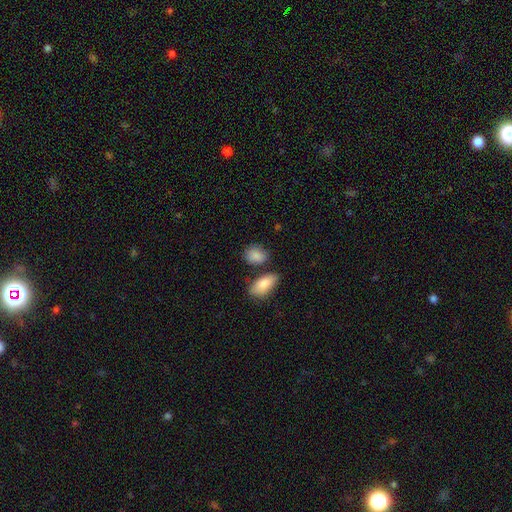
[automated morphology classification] smooth 88%, star or artifact 7%, featured or disk 5%. Down the decision tree: how rounded — in between (72%); merging — none (65%).